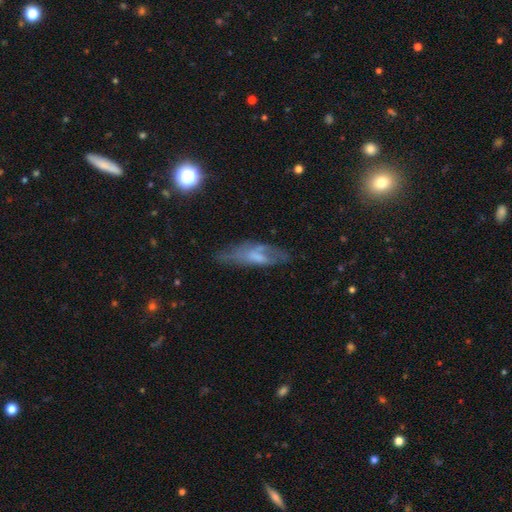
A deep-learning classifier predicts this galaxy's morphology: type=featured or disk (49%); merging=none (51%).